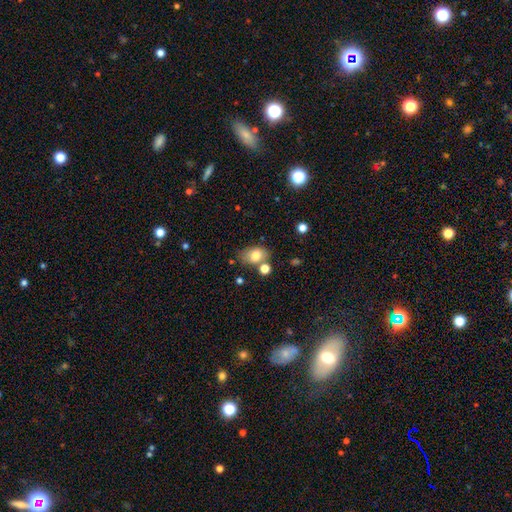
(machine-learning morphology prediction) Smooth or featured: smooth — 78% (featured or disk — 12%)
How rounded: in between — 79% (round — 20%)
Merging: none — 62% (minor disturbance — 18%)